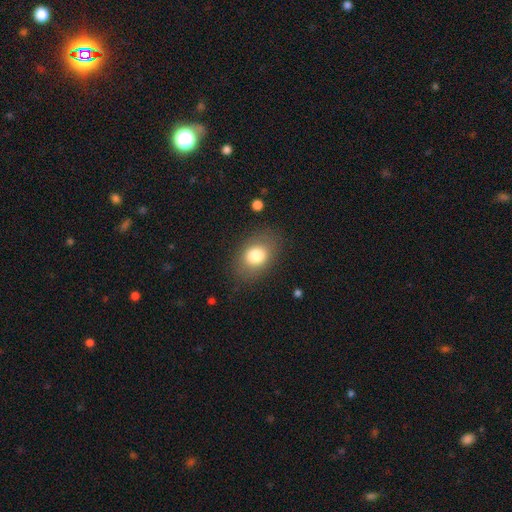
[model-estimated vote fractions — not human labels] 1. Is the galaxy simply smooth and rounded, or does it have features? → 78% smooth, 13% featured or disk, 9% star or artifact.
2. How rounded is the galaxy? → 72% in between, 27% round, 1% cigar-shaped.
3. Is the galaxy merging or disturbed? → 81% none, 12% minor disturbance, 5% major disturbance, 1% merger.